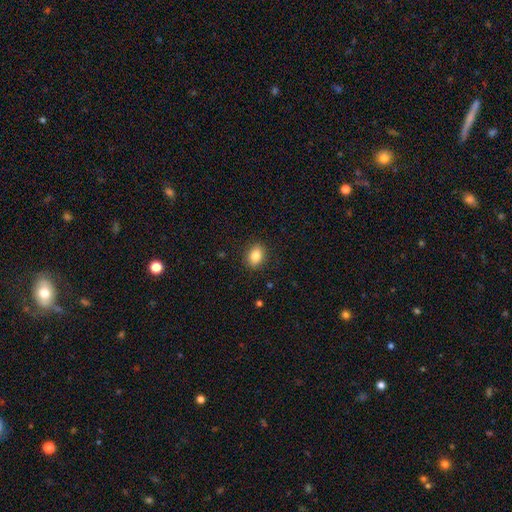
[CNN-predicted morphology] smooth-or-featured: smooth: 83% | star or artifact: 9% | featured or disk: 8%
  how-rounded: in between: 72% | round: 26% | cigar-shaped: 2%
  merging: none: 88% | minor disturbance: 9% | major disturbance: 2% | merger: 1%